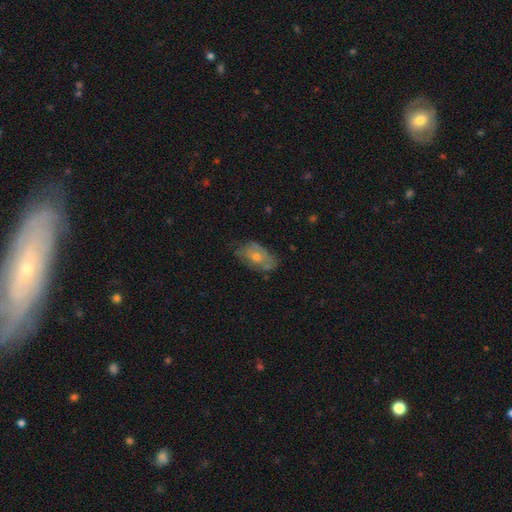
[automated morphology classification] type=featured or disk (48%); merging=none (58%).